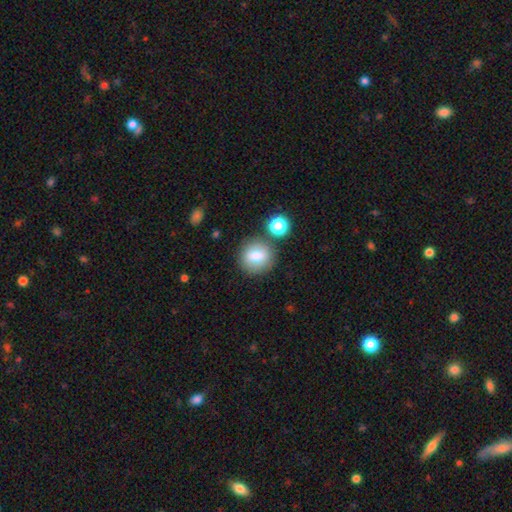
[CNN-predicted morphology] Smooth or featured: smooth — 76% (featured or disk — 14%)
How rounded: round — 89% (in between — 10%)
Merging: none — 79% (minor disturbance — 9%)